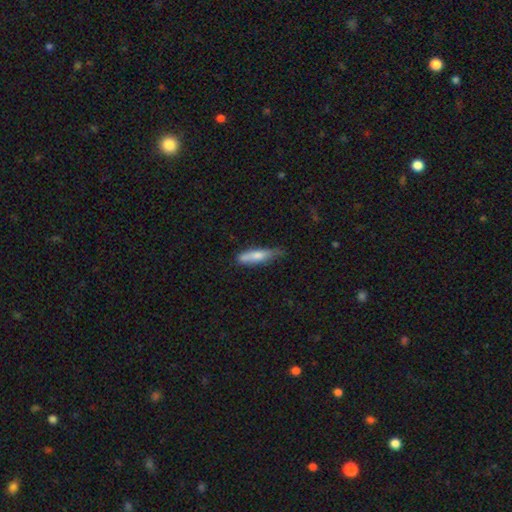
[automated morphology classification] Smooth or featured? Predicted: smooth (p=0.73). How rounded? Predicted: cigar-shaped (p=0.69). Merging? Predicted: none (p=0.51).